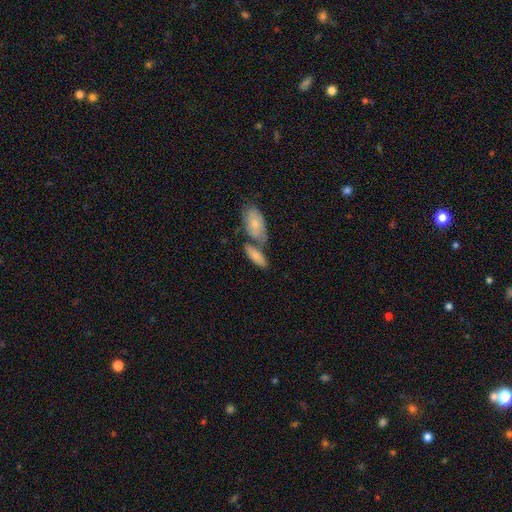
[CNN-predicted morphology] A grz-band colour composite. It shows a smooth galaxy with no disk features (77%) that is in between round and cigar-shaped (75%). Merging: none (42%).